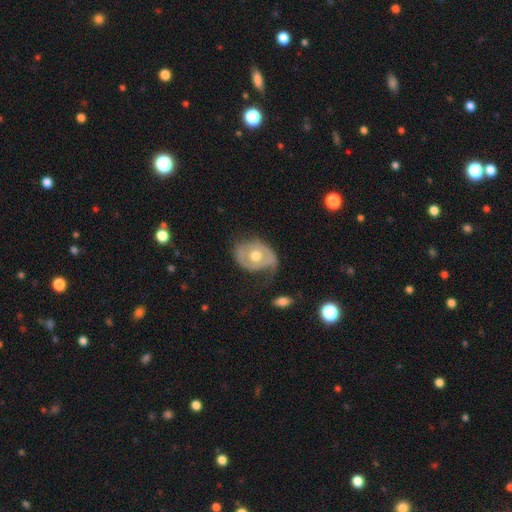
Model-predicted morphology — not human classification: Smooth or featured? featured or disk (67%)
Edge-on disk? no (95%)
Bar? no (78%)
Spiral arms? yes (56%)
Bulge size? moderate (73%)
Merging? none (49%)